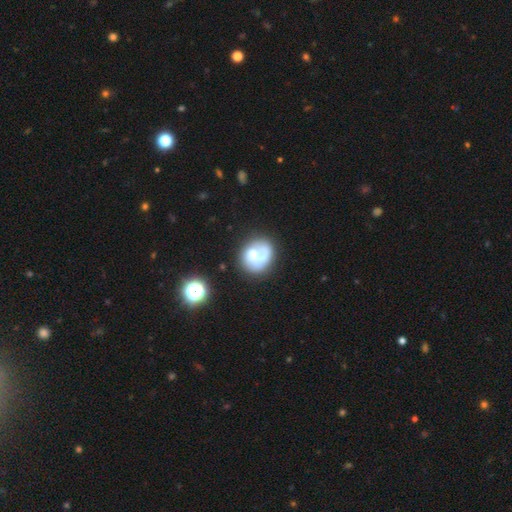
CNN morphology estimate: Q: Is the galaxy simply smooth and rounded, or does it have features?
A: smooth — 46%.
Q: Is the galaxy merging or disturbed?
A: none — 45%.